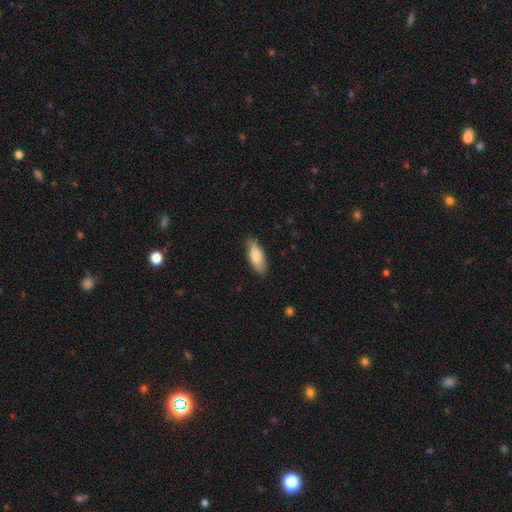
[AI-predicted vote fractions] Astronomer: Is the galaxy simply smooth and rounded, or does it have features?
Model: smooth — 80%.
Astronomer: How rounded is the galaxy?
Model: in between — 74%.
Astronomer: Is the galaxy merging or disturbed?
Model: none — 83%.